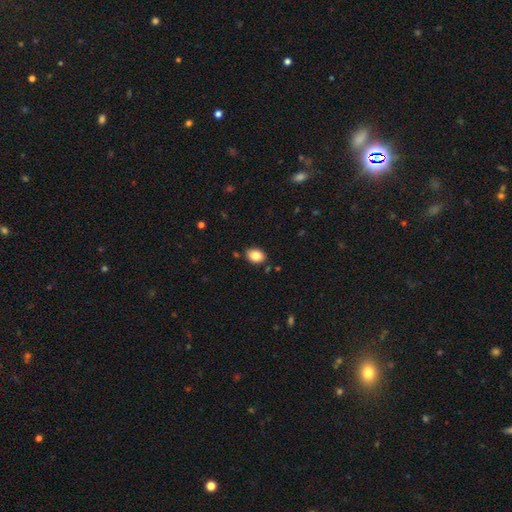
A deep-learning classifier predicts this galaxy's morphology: Overall: smooth (85%). How rounded: in between (75%). Merging: none (86%).